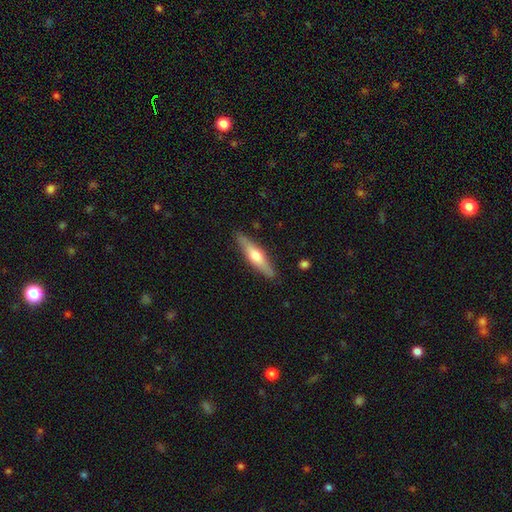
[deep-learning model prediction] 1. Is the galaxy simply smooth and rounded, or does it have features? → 48% featured or disk, 47% smooth, 6% star or artifact.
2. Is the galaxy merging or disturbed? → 88% none, 9% minor disturbance, 2% major disturbance, 1% merger.